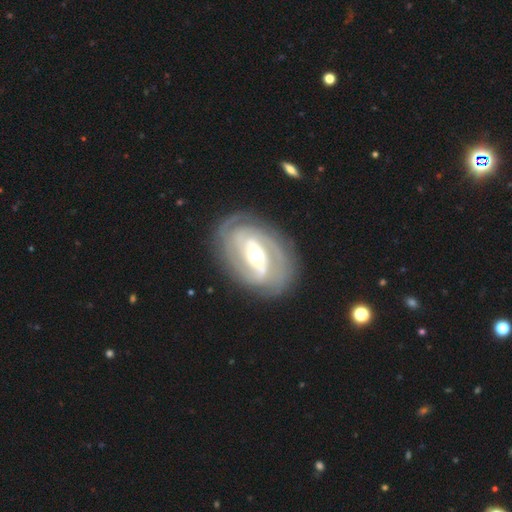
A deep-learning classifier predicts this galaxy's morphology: Smooth or featured? Predicted: featured or disk (p=0.87). Edge-on disk? Predicted: no (p=0.96). Bar? Predicted: strong (p=0.56). Spiral arms? Predicted: yes (p=0.93). Spiral winding? Predicted: tight (p=0.65). Spiral arm count? Predicted: 2 (p=0.50). Bulge size? Predicted: moderate (p=0.68). Merging? Predicted: none (p=0.80).